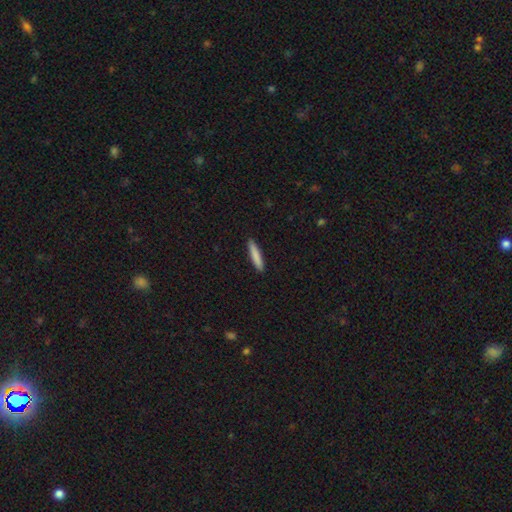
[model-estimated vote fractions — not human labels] Smooth or featured: smooth — 84% (featured or disk — 10%)
How rounded: cigar-shaped — 91% (in between — 8%)
Merging: none — 91% (minor disturbance — 7%)